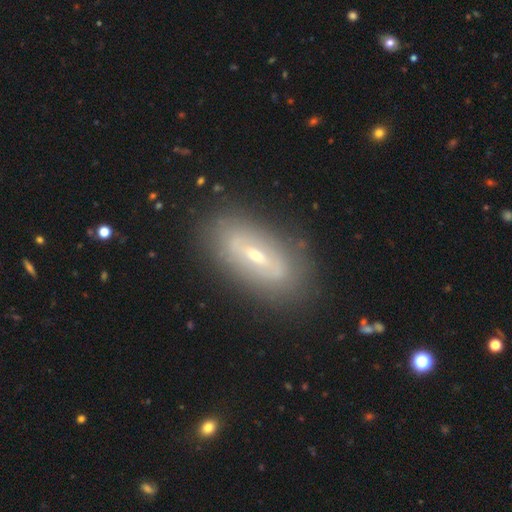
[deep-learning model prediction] Smooth or featured: featured or disk — 64% (smooth — 28%)
Edge-on disk: no — 77% (yes — 23%)
Merging: none — 82% (minor disturbance — 12%)